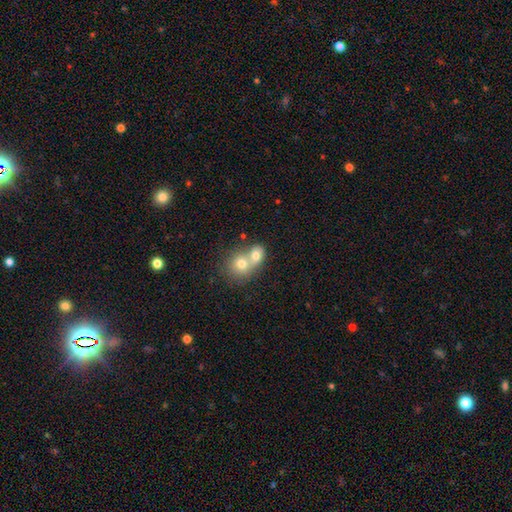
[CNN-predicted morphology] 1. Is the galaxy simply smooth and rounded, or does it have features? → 70% smooth, 20% featured or disk, 10% star or artifact.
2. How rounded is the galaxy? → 63% round, 36% in between, 1% cigar-shaped.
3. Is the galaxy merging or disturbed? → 72% merger, 20% none, 5% minor disturbance, 3% major disturbance.